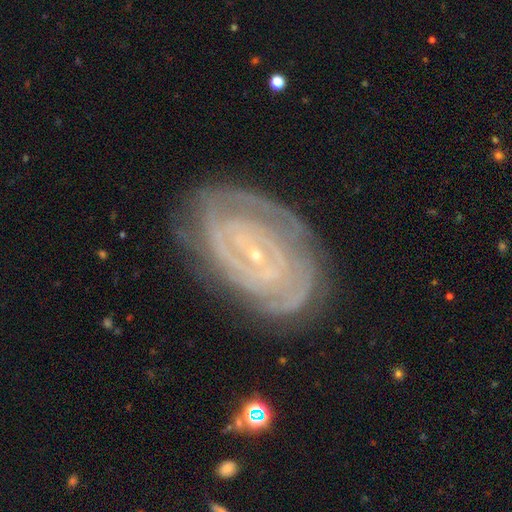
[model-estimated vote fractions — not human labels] The model was most divided on "spiral arm count": can't tell: 32%, 2: 31%, 3: 15%, 4: 10%, more than 4: 7%, 1: 6%. More confident: edge-on disk — no (96%); spiral arms — yes (94%); bulge size — small (88%); smooth or featured — featured or disk (85%); spiral winding — tight (79%); merging — none (75%); bar — no (51%).